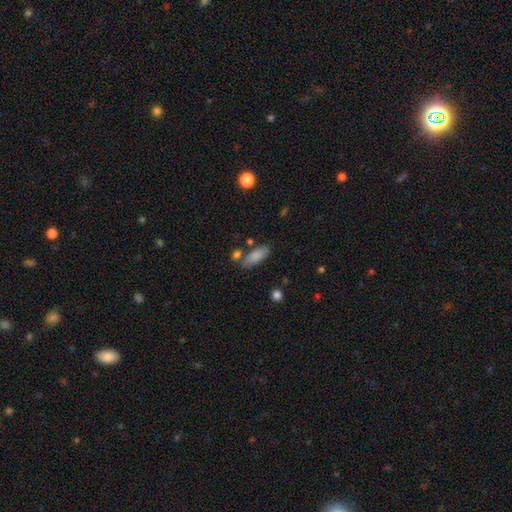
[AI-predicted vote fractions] A smooth galaxy with no disk features (85%) that is in between round and cigar-shaped (77%).

Vote fractions:
- Smooth or featured? smooth: 85% / featured or disk: 8% / star or artifact: 7%
- How rounded? in between: 77% / cigar-shaped: 21% / round: 2%
- Merging? none: 71% / minor disturbance: 15% / merger: 10% / major disturbance: 4%